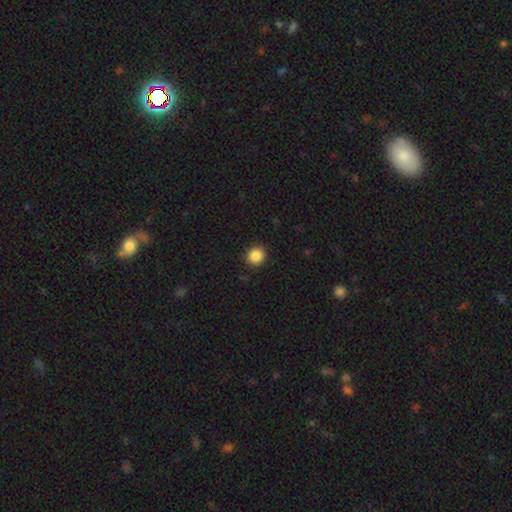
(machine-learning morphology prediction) Smooth or featured?
  - smooth: 87% *
  - star or artifact: 10%
  - featured or disk: 3%
How rounded?
  - round: 91% *
  - in between: 8%
  - cigar-shaped: 1%
Merging?
  - none: 92% *
  - minor disturbance: 5%
  - major disturbance: 2%
  - merger: 1%